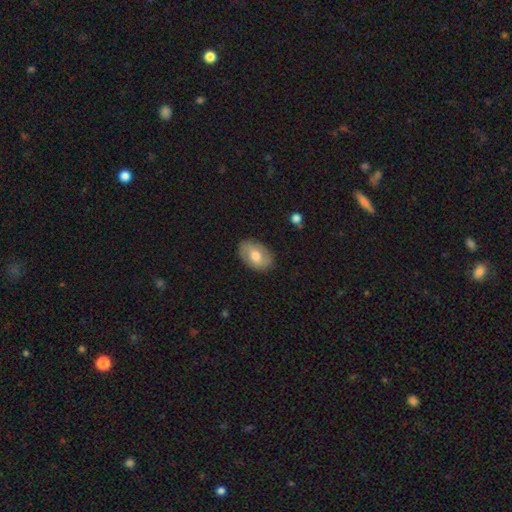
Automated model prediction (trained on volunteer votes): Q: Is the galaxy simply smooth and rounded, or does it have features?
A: smooth — 60%.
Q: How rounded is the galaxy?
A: in between — 84%.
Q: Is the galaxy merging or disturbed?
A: none — 84%.